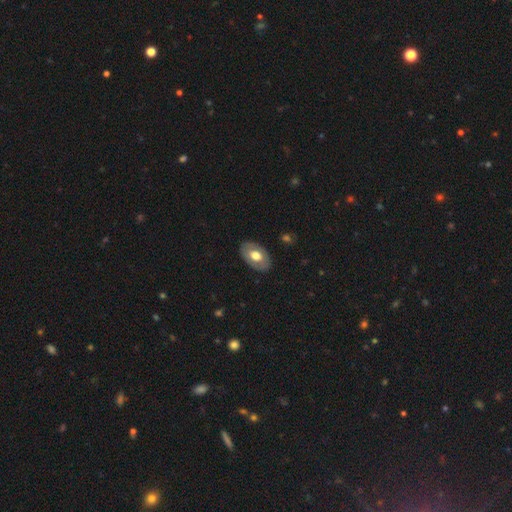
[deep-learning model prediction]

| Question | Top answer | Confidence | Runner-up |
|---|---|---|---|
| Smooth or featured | smooth | 56% | featured or disk (39%) |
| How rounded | in between | 89% | round (10%) |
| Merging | none | 85% | minor disturbance (11%) |